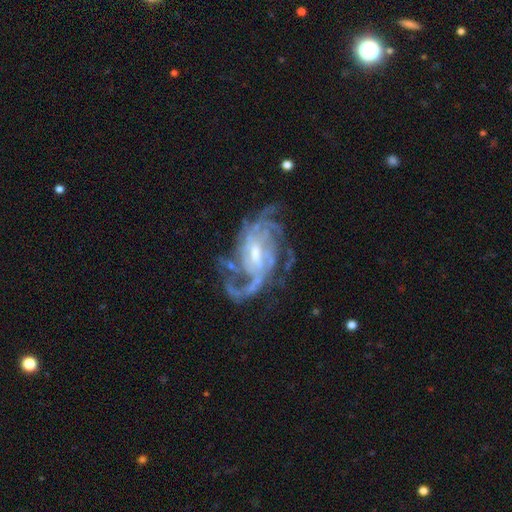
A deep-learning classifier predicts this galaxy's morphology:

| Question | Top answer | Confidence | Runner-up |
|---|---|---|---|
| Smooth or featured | featured or disk | 90% | star or artifact (6%) |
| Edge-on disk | no | 97% | yes (3%) |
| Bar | weak | 51% | no (28%) |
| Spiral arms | yes | 96% | no (4%) |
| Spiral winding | medium | 44% | tight (37%) |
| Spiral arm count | can't tell | 26% | 4 (23%) |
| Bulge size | moderate | 50% | small (40%) |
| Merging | none | 57% | major disturbance (22%) |